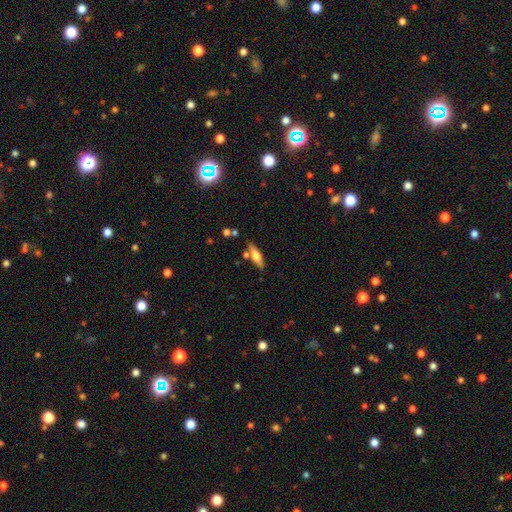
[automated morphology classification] This is possibly a smooth galaxy (52%). How rounded: possibly cigar-shaped (52%). Merging: likely none (73%).